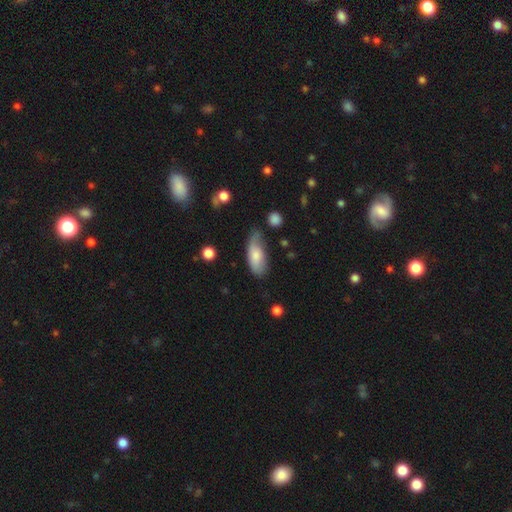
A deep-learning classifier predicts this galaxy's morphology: type=smooth (72%); roundness=in between (83%); merging=none (42%).